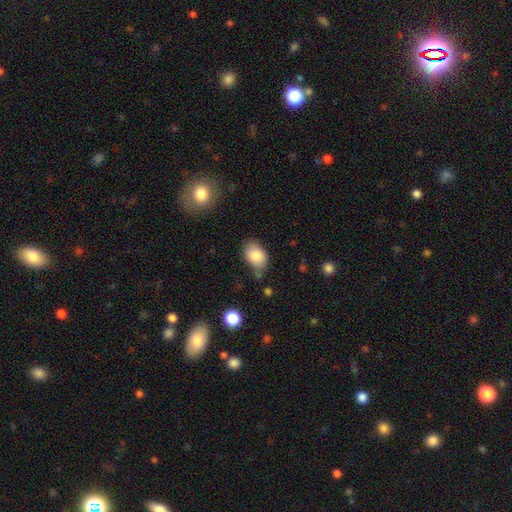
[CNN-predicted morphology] Smooth or featured? smooth (83%)
How rounded? in between (80%)
Merging? none (62%)